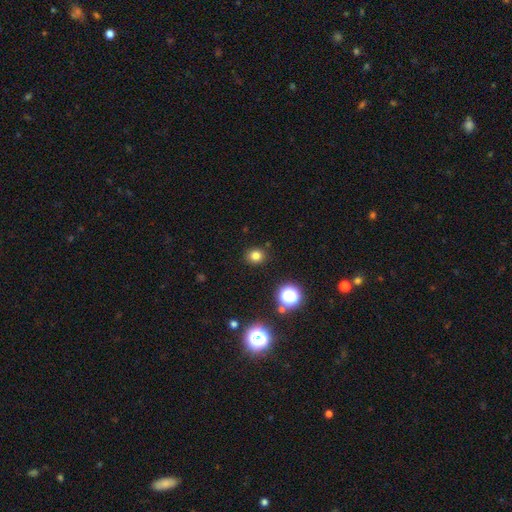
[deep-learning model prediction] Smooth or featured?
  - smooth: 78% *
  - star or artifact: 16%
  - featured or disk: 6%
How rounded?
  - round: 81% *
  - in between: 18%
  - cigar-shaped: 1%
Merging?
  - none: 90% *
  - minor disturbance: 6%
  - major disturbance: 2%
  - merger: 2%